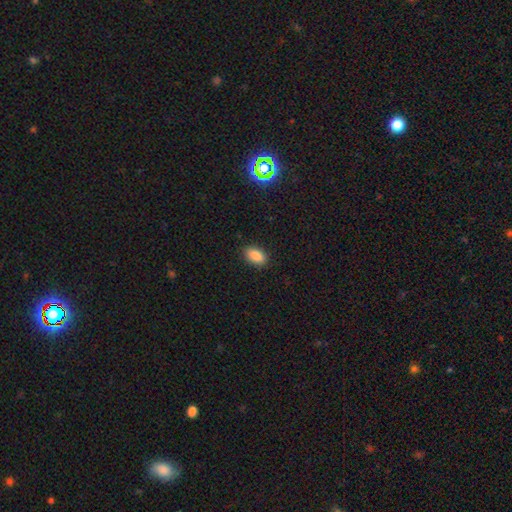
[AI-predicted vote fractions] smooth 88%, star or artifact 8%, featured or disk 4%. Down the decision tree: how rounded — in between (91%); merging — none (88%).